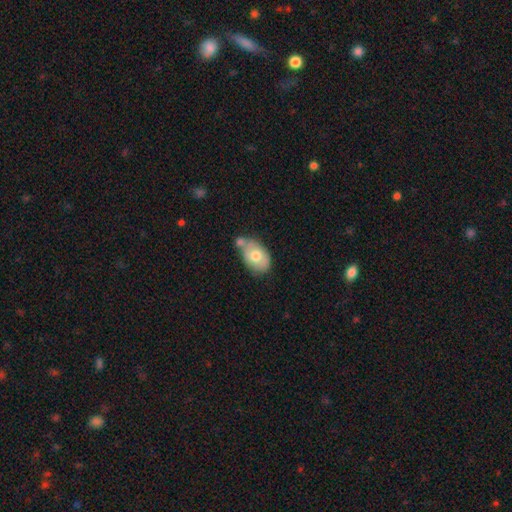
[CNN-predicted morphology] Smooth or featured? Predicted: smooth (p=0.66). How rounded? Predicted: in between (p=0.84). Merging? Predicted: none (p=0.39).